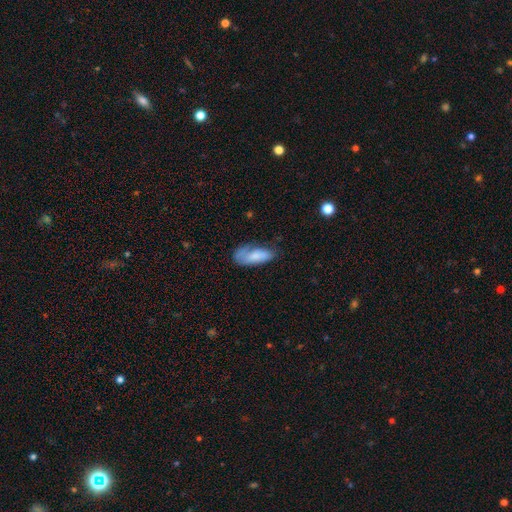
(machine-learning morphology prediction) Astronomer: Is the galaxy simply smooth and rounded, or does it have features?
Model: smooth — 75%.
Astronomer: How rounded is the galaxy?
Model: in between — 78%.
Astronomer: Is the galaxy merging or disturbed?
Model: none — 45% (runner-up: minor disturbance, 31%).